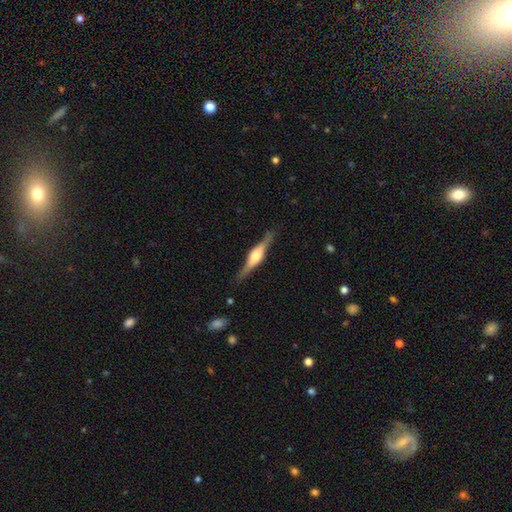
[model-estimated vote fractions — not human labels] A featured or disk galaxy (78%) viewed edge-on (97%) with a rounded central bulge (86%). Merging: none (87%).